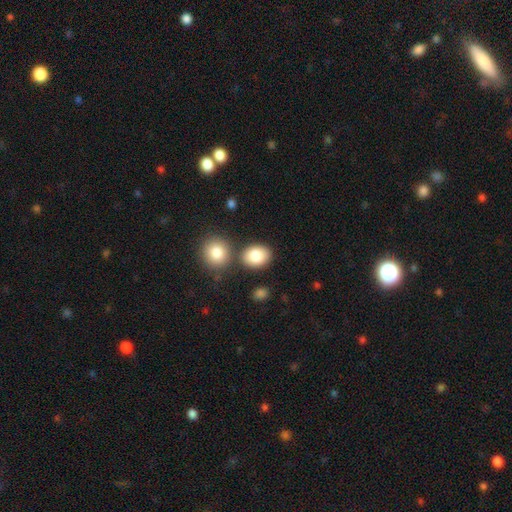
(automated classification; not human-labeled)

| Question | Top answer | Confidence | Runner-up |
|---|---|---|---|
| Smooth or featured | smooth | 85% | star or artifact (8%) |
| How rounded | in between | 62% | round (37%) |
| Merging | none | 72% | merger (14%) |